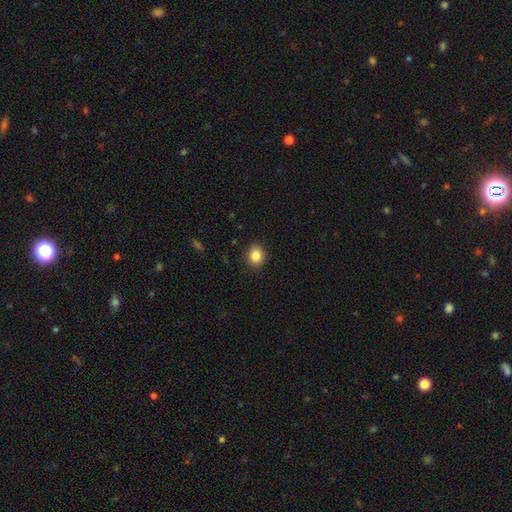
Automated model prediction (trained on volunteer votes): A smooth galaxy with no disk features (85%) that is round (73%). Merging: none (90%).